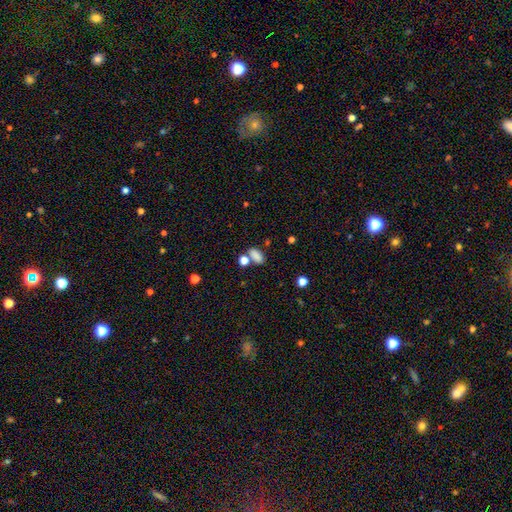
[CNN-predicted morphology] Q: Smooth or featured?
A: smooth (82%); runner-up: star or artifact (12%)
Q: How rounded?
A: in between (83%); runner-up: round (10%)
Q: Merging?
A: none (61%); runner-up: merger (21%)